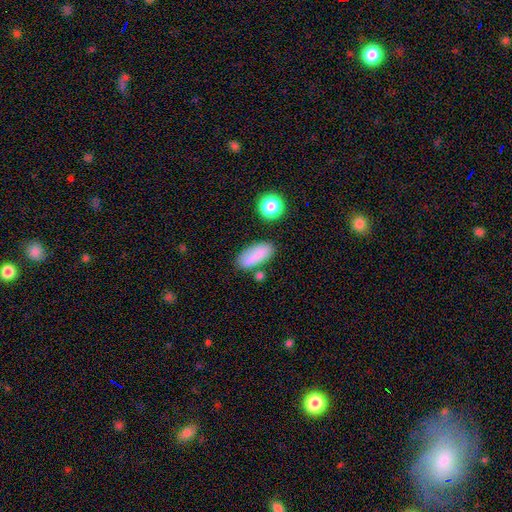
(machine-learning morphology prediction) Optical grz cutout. It shows a smooth galaxy with no disk features (82%) that is in between round and cigar-shaped (76%). Merging: none (72%).